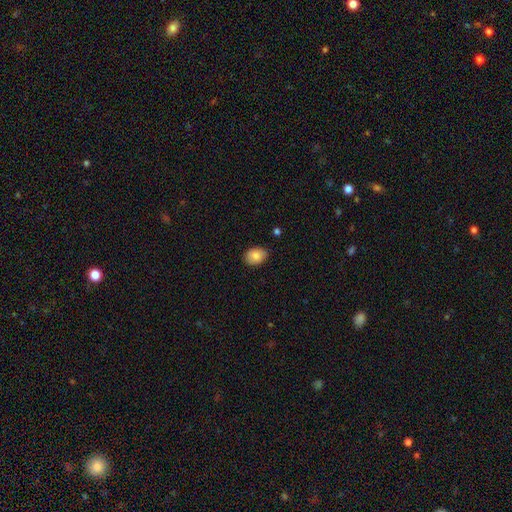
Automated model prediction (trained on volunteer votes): The model was most divided on "how rounded": in between: 74%, round: 25%, cigar-shaped: 1%. More confident: merging — none (86%); smooth or featured — smooth (85%).